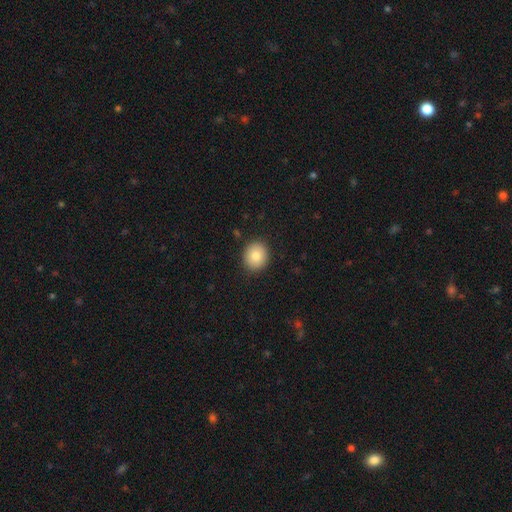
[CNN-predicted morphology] smooth 82%, featured or disk 9%, star or artifact 8%. Down the decision tree: how rounded — round (78%); merging — none (90%).